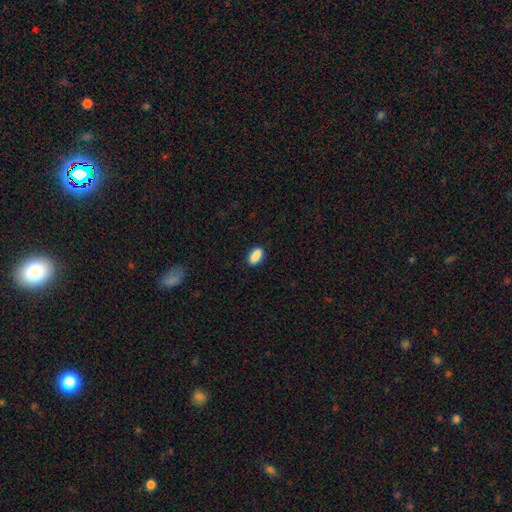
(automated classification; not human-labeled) Smooth or featured? smooth (89%)
How rounded? in between (89%)
Merging? none (87%)